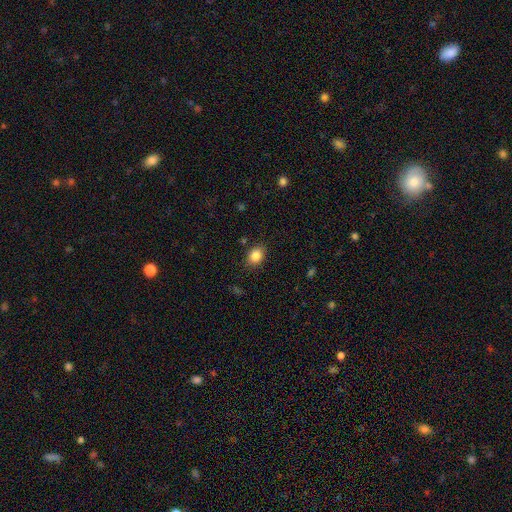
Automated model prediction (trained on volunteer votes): The model was most divided on "how rounded": in between: 56%, round: 43%, cigar-shaped: 1%. More confident: smooth or featured — smooth (85%); merging — none (85%).